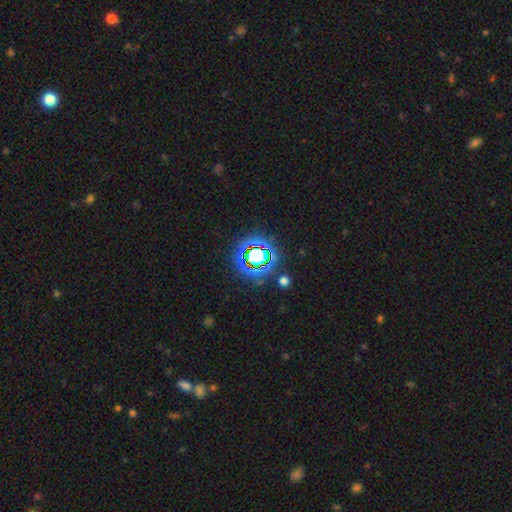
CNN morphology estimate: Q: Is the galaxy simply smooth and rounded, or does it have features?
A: star or artifact — 66%.